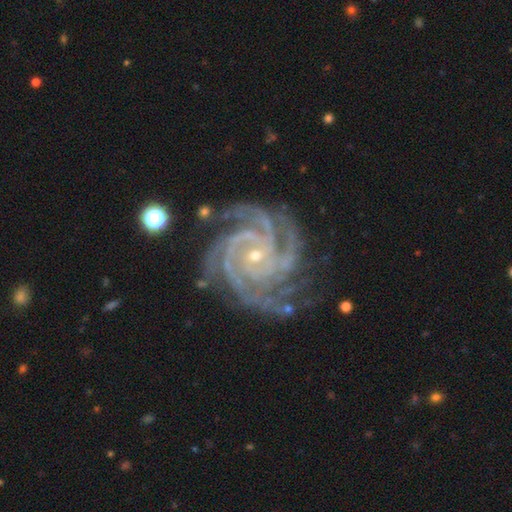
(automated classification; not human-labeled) A featured or disk galaxy (93%) with no bar (65%), 4 (42%) tight (74%) spiral arms (99%) and a small central bulge (78%). Merging: none (74%).